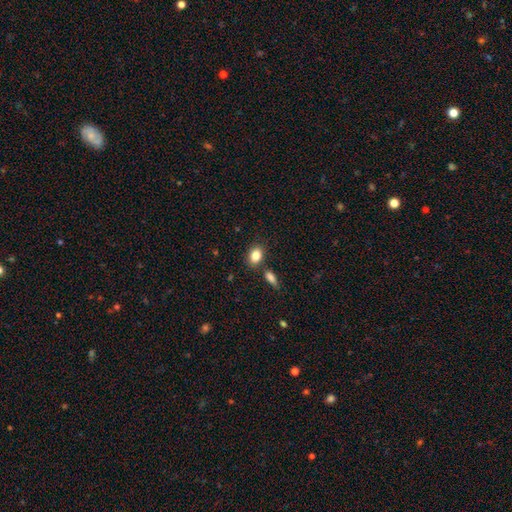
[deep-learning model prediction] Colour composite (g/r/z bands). It shows a smooth galaxy with no disk features (85%) that is in between round and cigar-shaped (76%). Merging: none (75%).